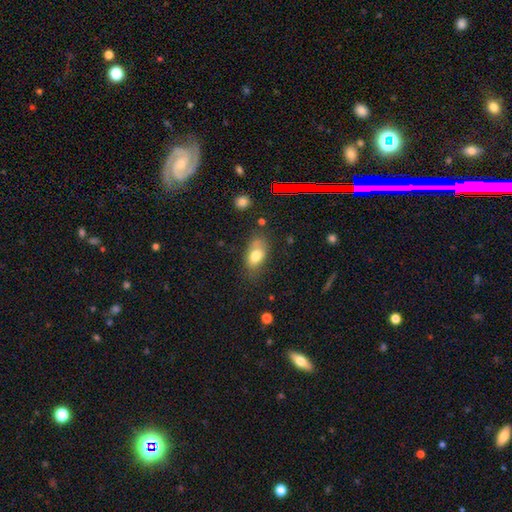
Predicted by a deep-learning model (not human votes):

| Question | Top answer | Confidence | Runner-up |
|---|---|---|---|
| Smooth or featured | smooth | 75% | featured or disk (16%) |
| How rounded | in between | 88% | round (8%) |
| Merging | none | 55% | minor disturbance (27%) |